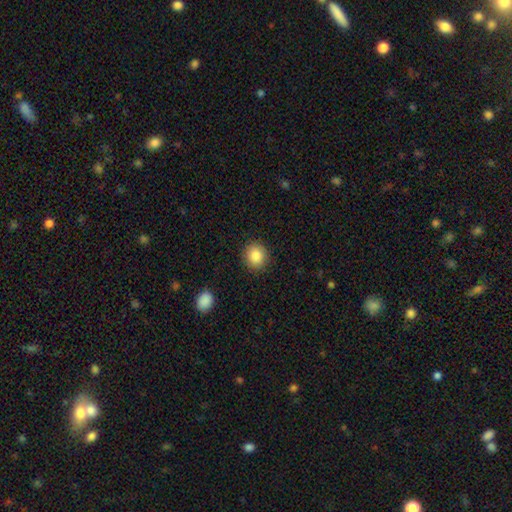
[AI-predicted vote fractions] Morphology: type=smooth (86%); roundness=round (83%); merging=none (90%).